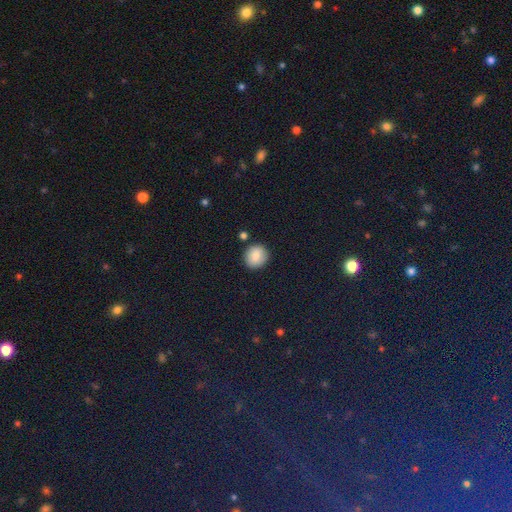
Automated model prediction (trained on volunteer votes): Overall: smooth (84%). How rounded: round (84%). Merging: none (84%).